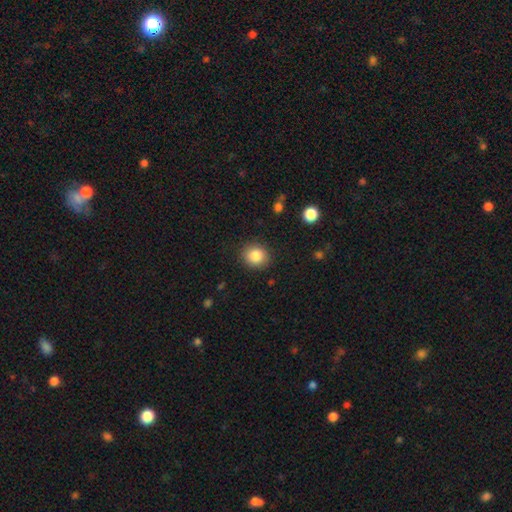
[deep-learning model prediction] Overall: smooth (85%). How rounded: round (77%). Merging: none (88%).